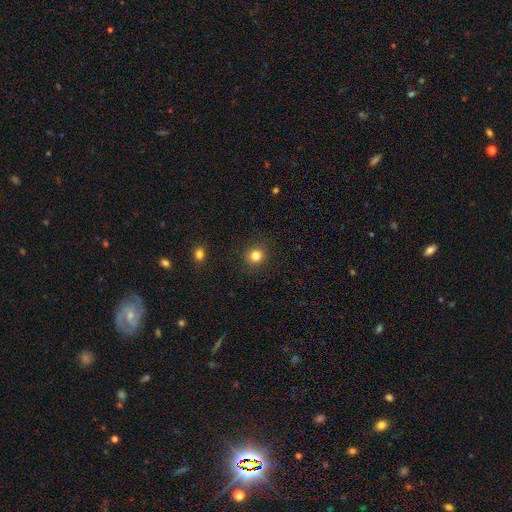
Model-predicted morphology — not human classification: smooth-or-featured: smooth: 82% | star or artifact: 12% | featured or disk: 5%
  how-rounded: round: 90% | in between: 9% | cigar-shaped: 1%
  merging: none: 90% | minor disturbance: 6% | major disturbance: 2% | merger: 1%